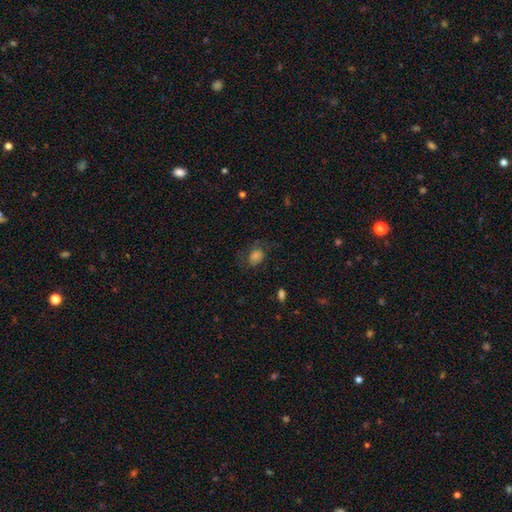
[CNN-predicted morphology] Overall: smooth (57%; featured or disk 27%). How rounded: in between (58%; round 40%). Merging: none (57%; major disturbance 21%).